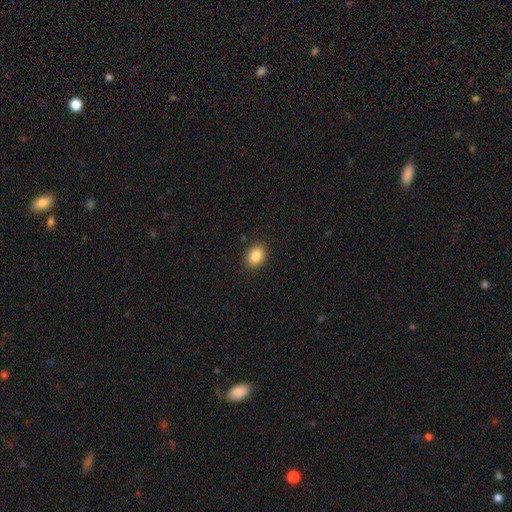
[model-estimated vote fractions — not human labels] This is clearly a smooth galaxy (86%). How rounded: likely in between (61%). Merging: clearly none (89%).